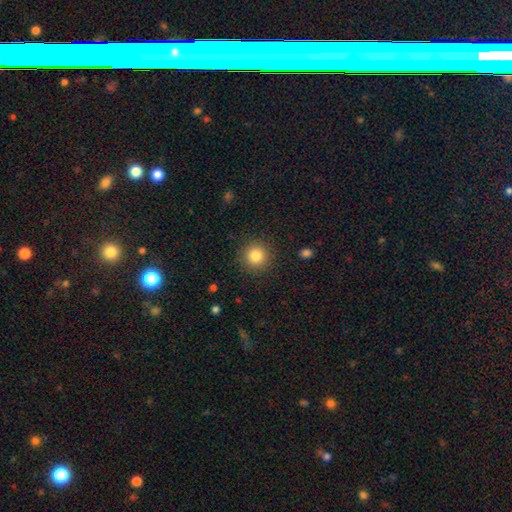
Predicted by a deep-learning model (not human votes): The model was most divided on "smooth or featured": smooth: 84%, star or artifact: 11%, featured or disk: 5%. More confident: how rounded — round (94%); merging — none (90%).